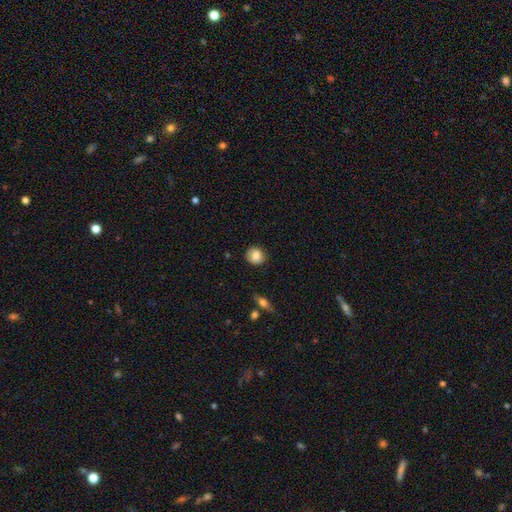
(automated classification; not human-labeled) smooth-or-featured: smooth: 84% | featured or disk: 8% | star or artifact: 8%
  how-rounded: round: 88% | in between: 11% | cigar-shaped: 1%
  merging: none: 86% | minor disturbance: 11% | major disturbance: 2% | merger: 1%